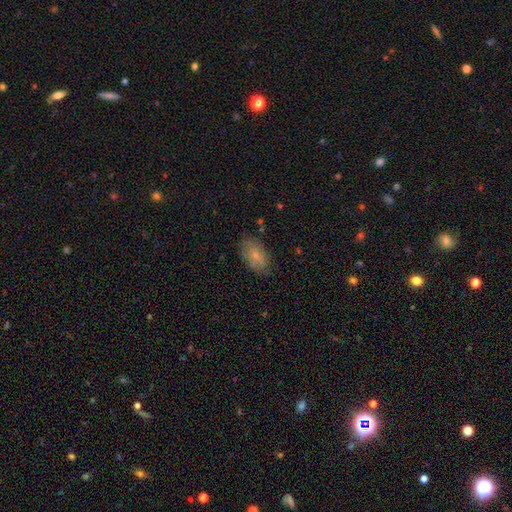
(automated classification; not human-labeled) Smooth or featured? smooth (69%)
How rounded? in between (90%)
Merging? none (76%)